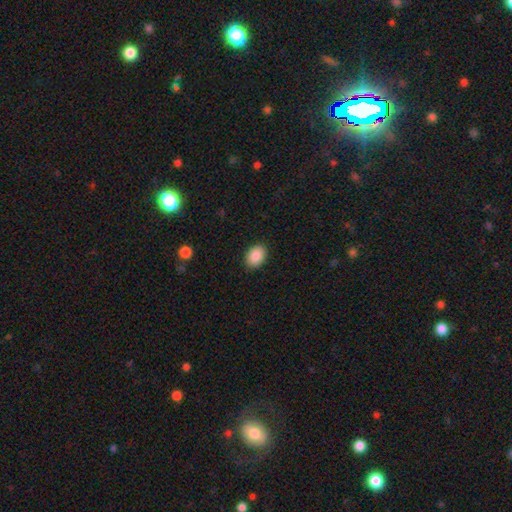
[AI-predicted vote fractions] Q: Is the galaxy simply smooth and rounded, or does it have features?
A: smooth — 89%.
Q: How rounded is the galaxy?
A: in between — 80%.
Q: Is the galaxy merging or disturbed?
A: none — 89%.